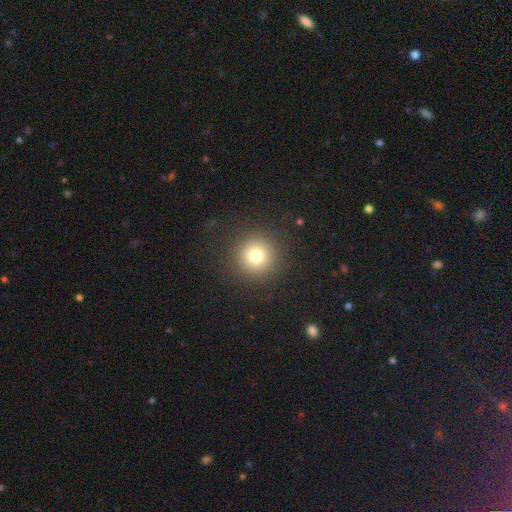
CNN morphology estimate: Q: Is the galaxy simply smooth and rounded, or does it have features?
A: smooth — 76%.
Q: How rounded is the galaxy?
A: round — 95%.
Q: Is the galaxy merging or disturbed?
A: none — 89%.